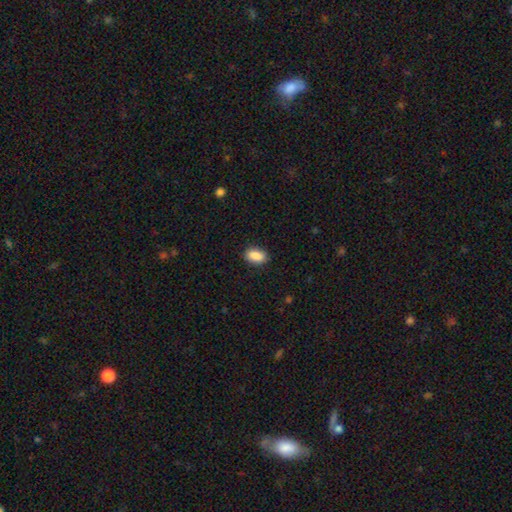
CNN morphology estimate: smooth 90%, star or artifact 7%, featured or disk 3%. Down the decision tree: how rounded — in between (90%); merging — none (88%).